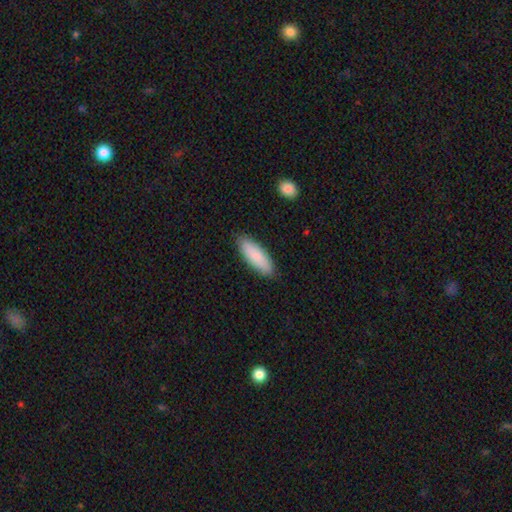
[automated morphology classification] Smooth or featured? smooth (88%)
How rounded? in between (58%)
Merging? none (88%)